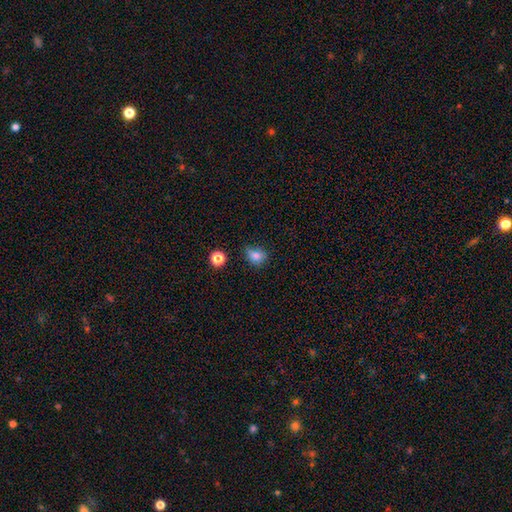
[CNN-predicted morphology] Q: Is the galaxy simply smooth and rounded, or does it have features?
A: smooth — 79%.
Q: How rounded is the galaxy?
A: round — 59%.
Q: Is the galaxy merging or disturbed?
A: none — 58%.